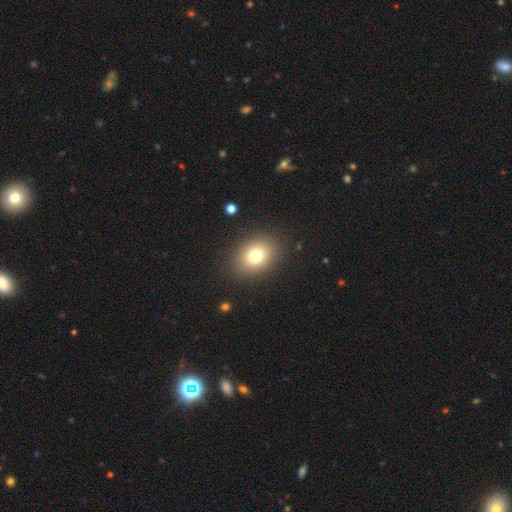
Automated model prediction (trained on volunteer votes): Smooth or featured: smooth — 77% (star or artifact — 12%)
How rounded: in between — 54% (round — 45%)
Merging: none — 88% (minor disturbance — 8%)